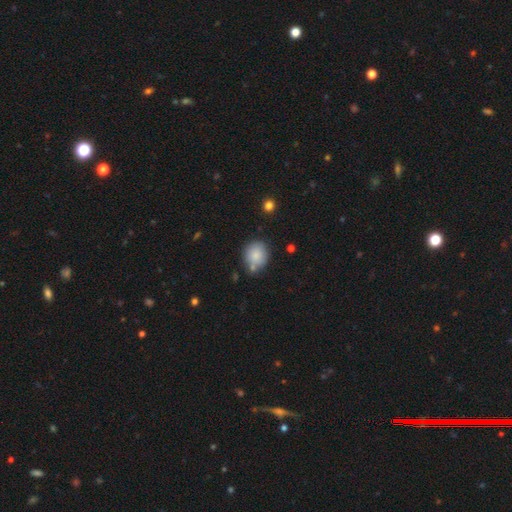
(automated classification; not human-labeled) Smooth or featured?
  - smooth: 84% *
  - star or artifact: 8%
  - featured or disk: 8%
How rounded?
  - round: 72% *
  - in between: 27%
  - cigar-shaped: 1%
Merging?
  - none: 67% *
  - minor disturbance: 17%
  - merger: 11%
  - major disturbance: 4%